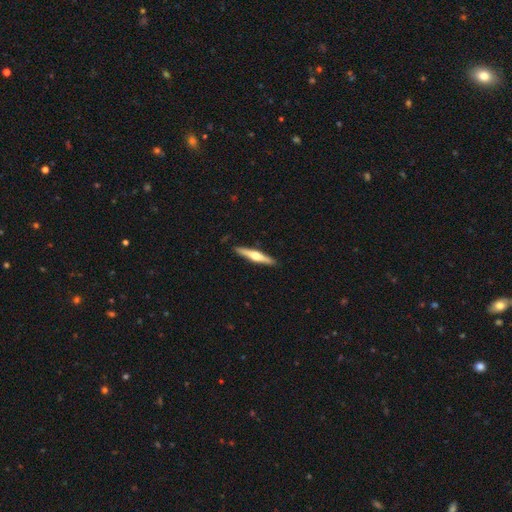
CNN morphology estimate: Overall: featured or disk (64%; smooth 31%). Edge-on disk: yes (97%). Edge-on bulge: rounded (93%). Merging: none (91%).